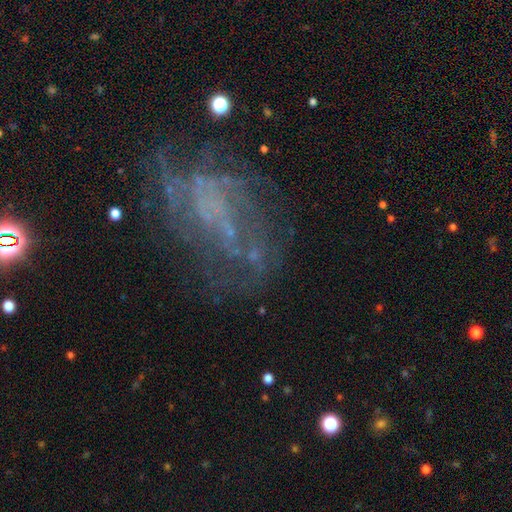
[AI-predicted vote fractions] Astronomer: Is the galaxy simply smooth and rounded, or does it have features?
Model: featured or disk — 63%.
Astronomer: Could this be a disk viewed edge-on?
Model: no — 97%.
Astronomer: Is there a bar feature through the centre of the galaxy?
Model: no — 79%.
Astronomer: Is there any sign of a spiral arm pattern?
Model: no — 57% (runner-up: yes, 43%).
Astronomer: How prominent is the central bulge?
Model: none — 66%.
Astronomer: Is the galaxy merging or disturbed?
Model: none — 53%.